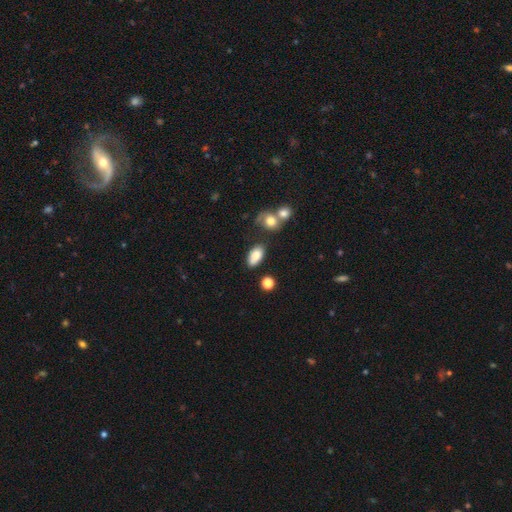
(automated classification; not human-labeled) Q: Smooth or featured?
A: smooth (82%); runner-up: featured or disk (9%)
Q: How rounded?
A: in between (91%); runner-up: round (6%)
Q: Merging?
A: none (64%); runner-up: minor disturbance (18%)